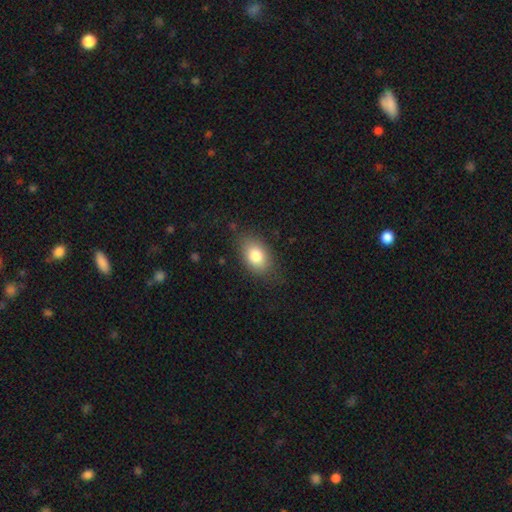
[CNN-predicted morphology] A smooth galaxy with no disk features (80%) that is in between round and cigar-shaped (84%). Merging: none (79%).